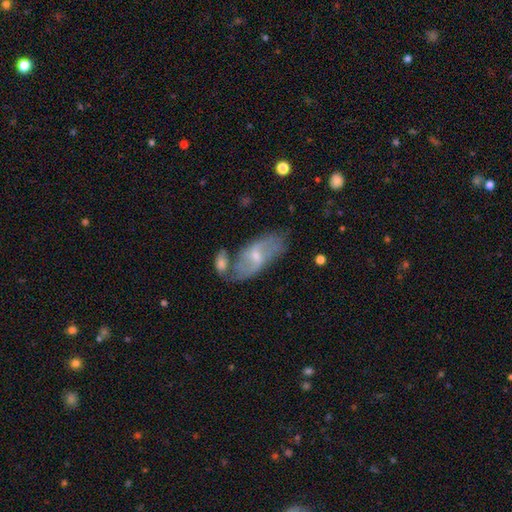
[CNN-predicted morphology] A featured or disk galaxy (67%) with a weak bar (52%), spiral arms (81%) and a small central bulge (61%). Merging: none (53%).